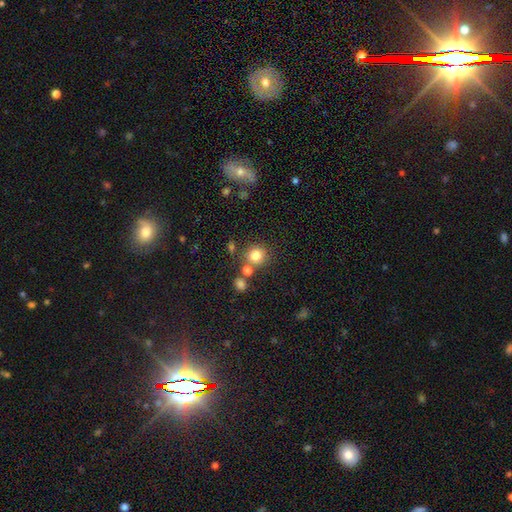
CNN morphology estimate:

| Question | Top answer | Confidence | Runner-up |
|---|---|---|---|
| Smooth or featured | smooth | 79% | star or artifact (13%) |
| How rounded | round | 89% | in between (10%) |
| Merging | none | 70% | merger (16%) |